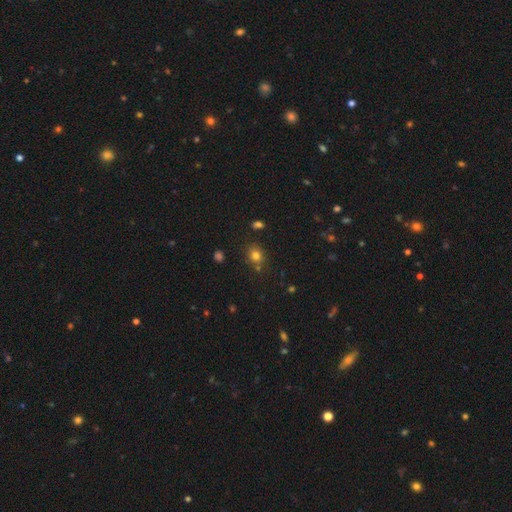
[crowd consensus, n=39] Volunteers were most divided on "merging": none: 62%, minor disturbance: 19%, major disturbance: 14%, merger: 5%. More confident: smooth or featured — smooth (92%); how rounded — round (75%).